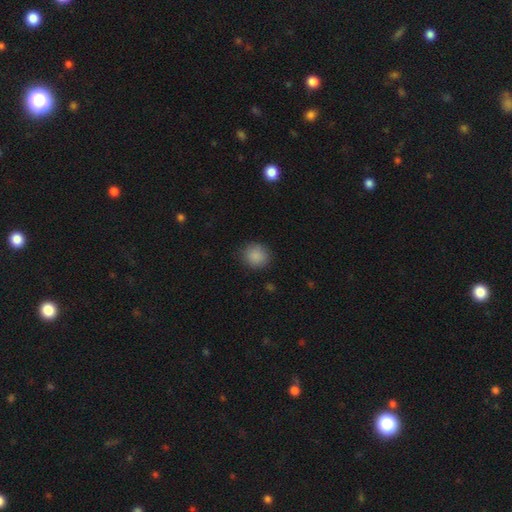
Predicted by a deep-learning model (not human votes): This is clearly a smooth galaxy (88%). How rounded: clearly round (85%). Merging: clearly none (86%).